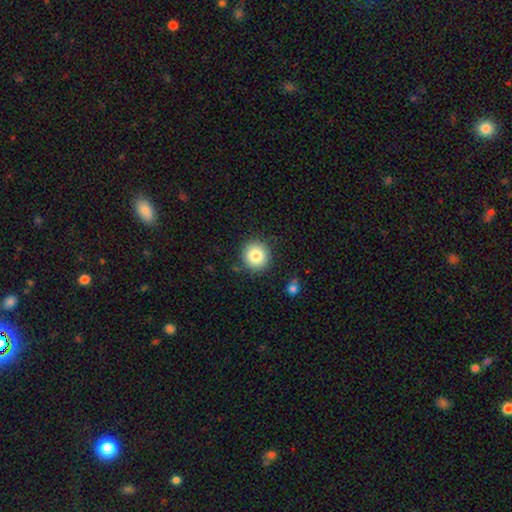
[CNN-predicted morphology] smooth-or-featured: smooth: 83% | star or artifact: 10% | featured or disk: 8%
  how-rounded: round: 93% | in between: 6% | cigar-shaped: 1%
  merging: none: 88% | minor disturbance: 8% | major disturbance: 2% | merger: 2%